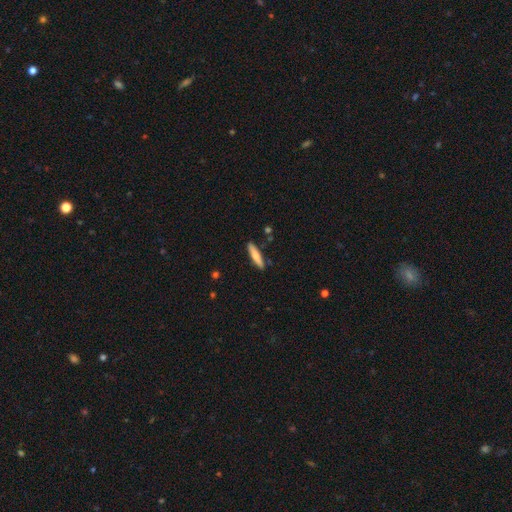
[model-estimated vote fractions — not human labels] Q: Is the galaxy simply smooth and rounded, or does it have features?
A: smooth — 69%.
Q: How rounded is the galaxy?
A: cigar-shaped — 84%.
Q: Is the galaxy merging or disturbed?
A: none — 87%.